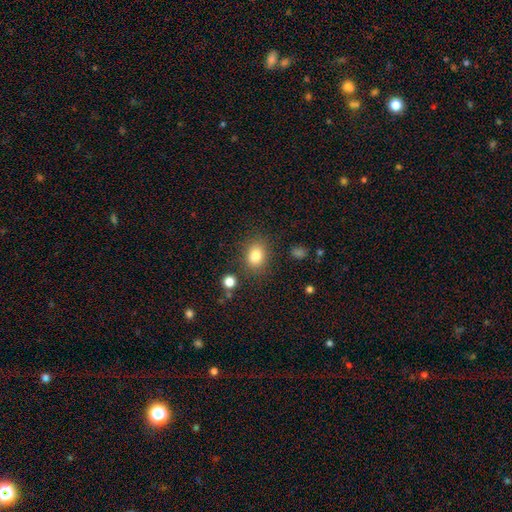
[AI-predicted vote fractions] smooth_or_featured: smooth (p=0.83) [alt: star or artifact p=0.10]
how_rounded: in between (p=0.59) [alt: round p=0.40]
merging: none (p=0.80) [alt: minor disturbance p=0.12]